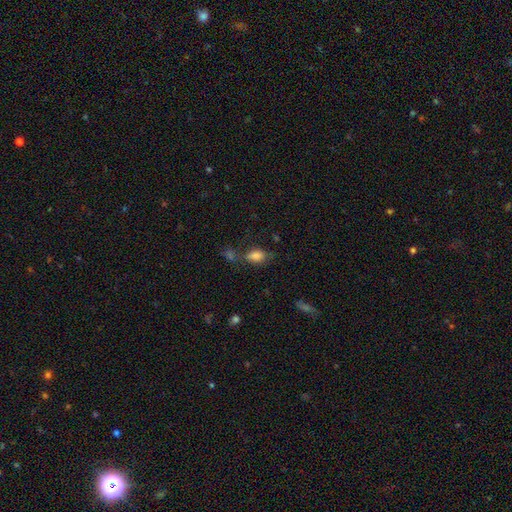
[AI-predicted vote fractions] Overall: smooth (81%). How rounded: in between (86%). Merging: none (49%; minor disturbance 21%).